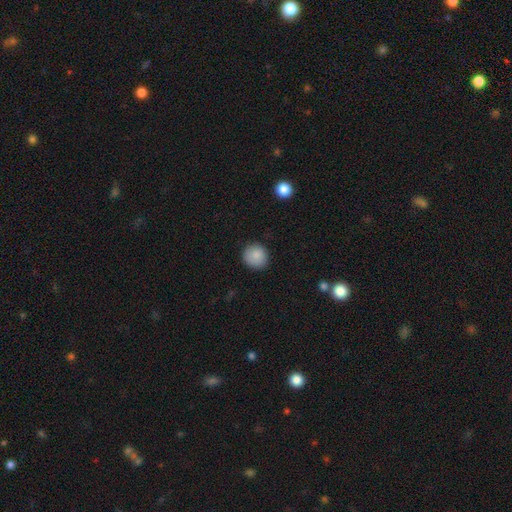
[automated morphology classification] smooth 87%, star or artifact 8%, featured or disk 5%. Down the decision tree: how rounded — round (91%); merging — none (87%).